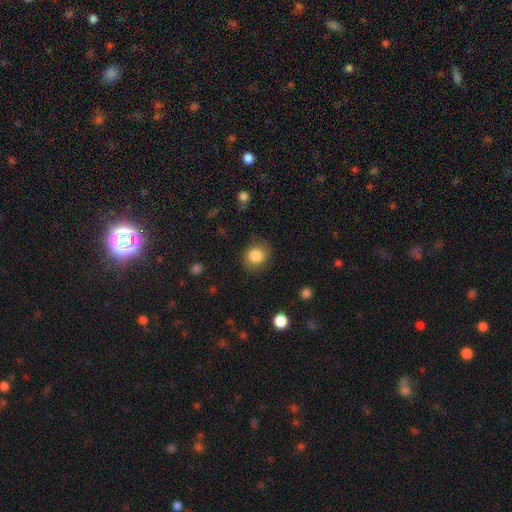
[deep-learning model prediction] Morphology: type=smooth (84%); roundness=round (66%); merging=none (82%).